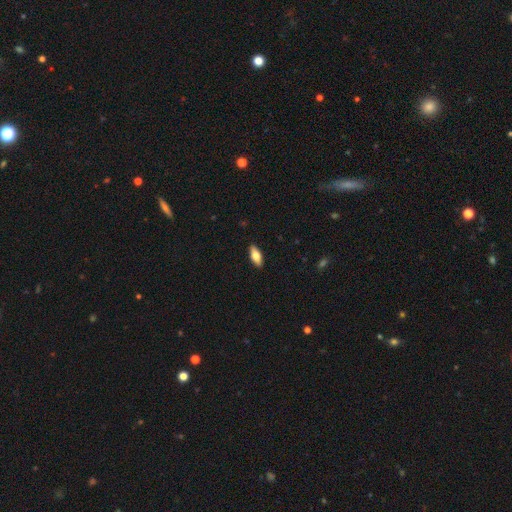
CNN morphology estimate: Q: Smooth or featured?
A: smooth (73%); runner-up: featured or disk (21%)
Q: How rounded?
A: in between (80%); runner-up: cigar-shaped (18%)
Q: Merging?
A: none (89%); runner-up: minor disturbance (8%)